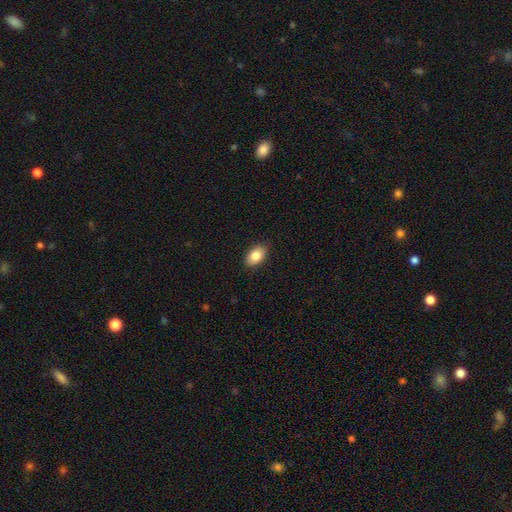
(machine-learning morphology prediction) smooth 83%, featured or disk 10%, star or artifact 8%. Down the decision tree: how rounded — in between (90%); merging — none (88%).